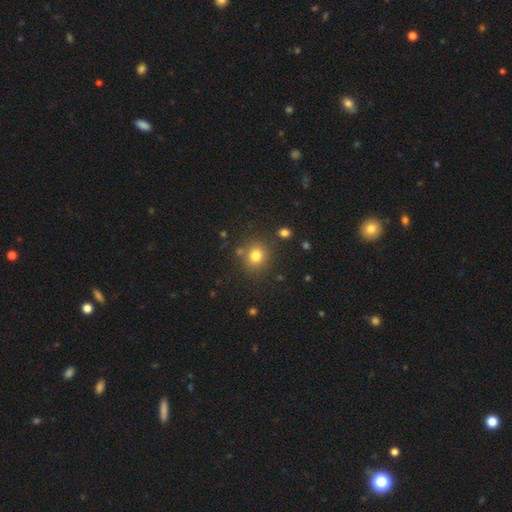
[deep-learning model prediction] A smooth galaxy with no disk features (79%) that is round (77%).

Vote fractions:
- Smooth or featured? smooth: 79% / star or artifact: 13% / featured or disk: 8%
- How rounded? round: 77% / in between: 23% / cigar-shaped: 1%
- Merging? none: 80% / minor disturbance: 10% / merger: 6% / major disturbance: 4%